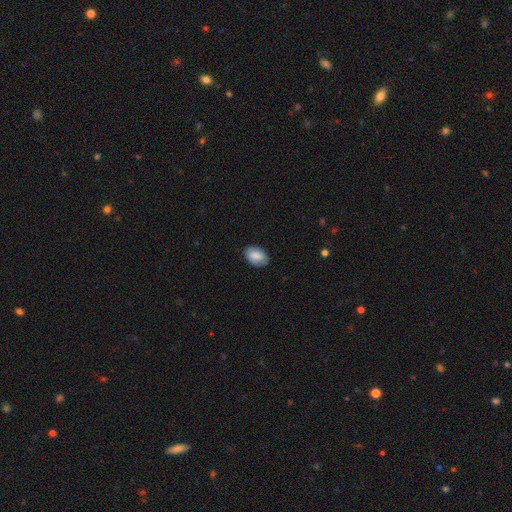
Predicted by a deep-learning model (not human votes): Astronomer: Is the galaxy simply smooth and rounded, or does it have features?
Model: smooth — 83%.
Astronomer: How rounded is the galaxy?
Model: in between — 89%.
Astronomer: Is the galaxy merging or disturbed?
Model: none — 83%.